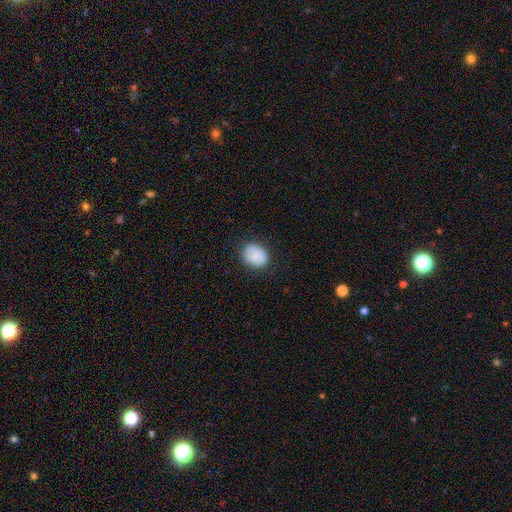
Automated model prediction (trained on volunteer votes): A smooth galaxy with no disk features (79%) that is round (50%). Merging: none (81%).